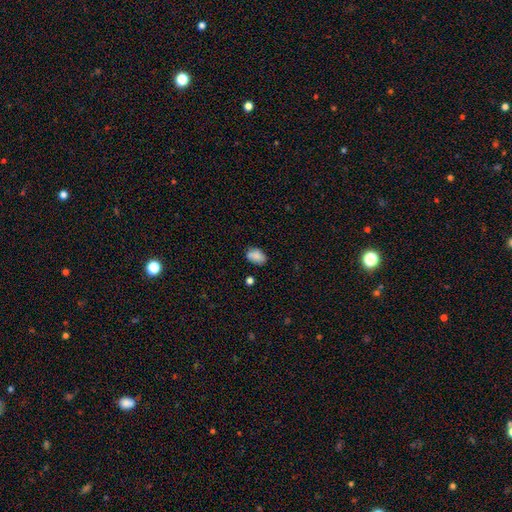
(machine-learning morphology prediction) Smooth or featured? Predicted: smooth (p=0.84). How rounded? Predicted: in between (p=0.83). Merging? Predicted: none (p=0.70).